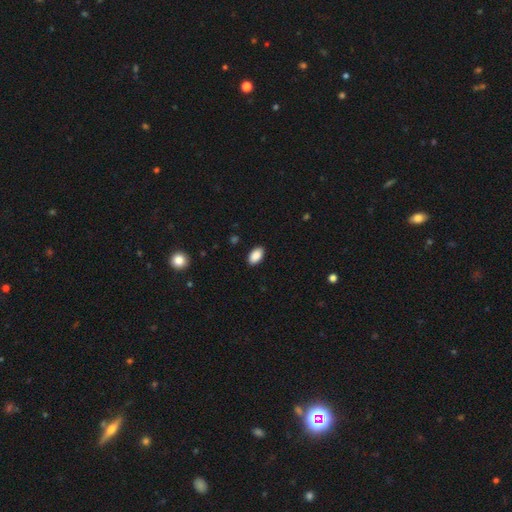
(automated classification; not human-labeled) The model was most divided on "merging": none: 89%, minor disturbance: 8%, major disturbance: 2%, merger: 1%. More confident: how rounded — in between (94%); smooth or featured — smooth (90%).